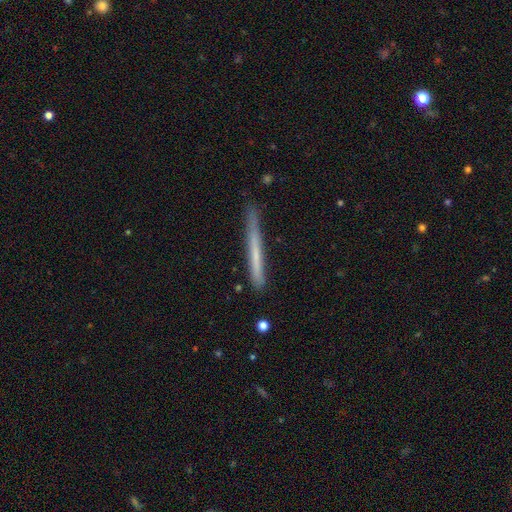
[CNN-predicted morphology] Overall: smooth (54%; featured or disk 40%). How rounded: cigar-shaped (97%). Merging: none (81%).